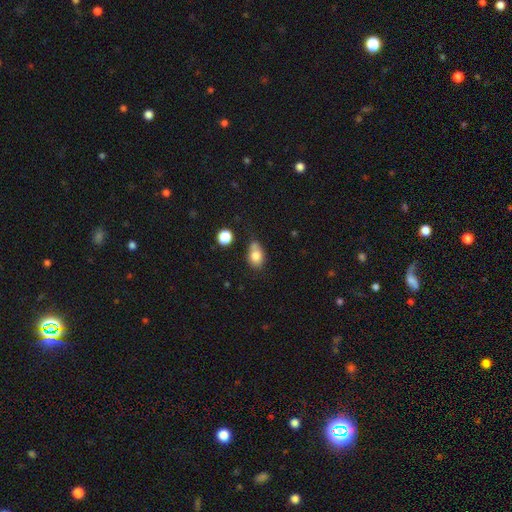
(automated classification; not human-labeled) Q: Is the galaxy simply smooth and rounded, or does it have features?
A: smooth — 79%.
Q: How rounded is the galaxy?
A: in between — 70%.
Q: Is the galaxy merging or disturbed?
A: none — 45%.